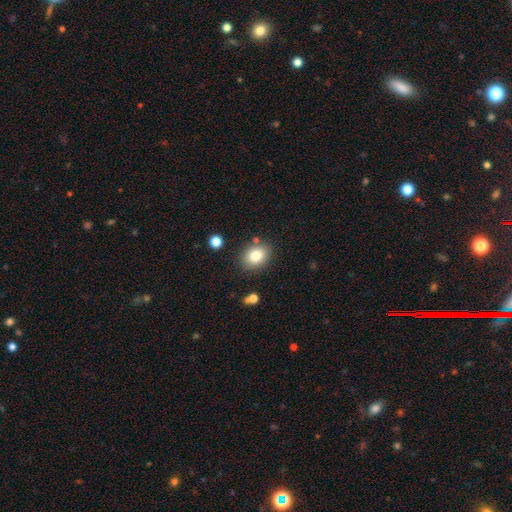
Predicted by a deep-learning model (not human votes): Smooth or featured?
  - smooth: 82% *
  - star or artifact: 9%
  - featured or disk: 8%
How rounded?
  - in between: 61% *
  - round: 38%
  - cigar-shaped: 1%
Merging?
  - none: 81% *
  - minor disturbance: 11%
  - merger: 4%
  - major disturbance: 3%